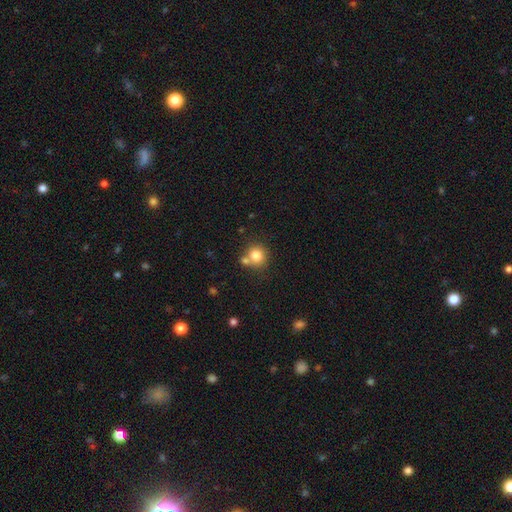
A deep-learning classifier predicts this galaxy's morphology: smooth_or_featured: smooth (p=0.81) [alt: star or artifact p=0.11]
how_rounded: round (p=0.88) [alt: in between p=0.11]
merging: none (p=0.59) [alt: merger p=0.27]